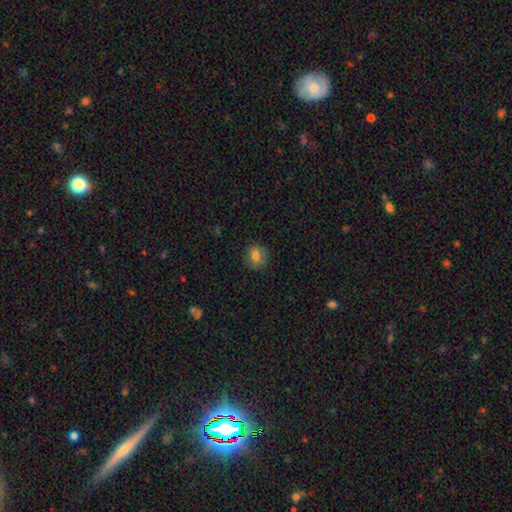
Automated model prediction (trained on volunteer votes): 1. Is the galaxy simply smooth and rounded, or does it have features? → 76% smooth, 13% featured or disk, 10% star or artifact.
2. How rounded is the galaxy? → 64% round, 35% in between, 1% cigar-shaped.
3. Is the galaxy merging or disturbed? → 78% none, 16% minor disturbance, 5% major disturbance, 1% merger.